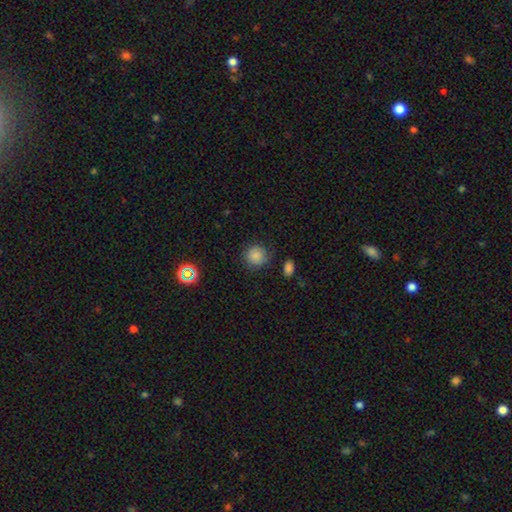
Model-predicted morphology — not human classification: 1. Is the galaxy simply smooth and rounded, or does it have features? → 81% smooth, 13% star or artifact, 6% featured or disk.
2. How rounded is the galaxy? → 90% round, 9% in between, 1% cigar-shaped.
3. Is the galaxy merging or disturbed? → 79% none, 14% minor disturbance, 4% major disturbance, 3% merger.